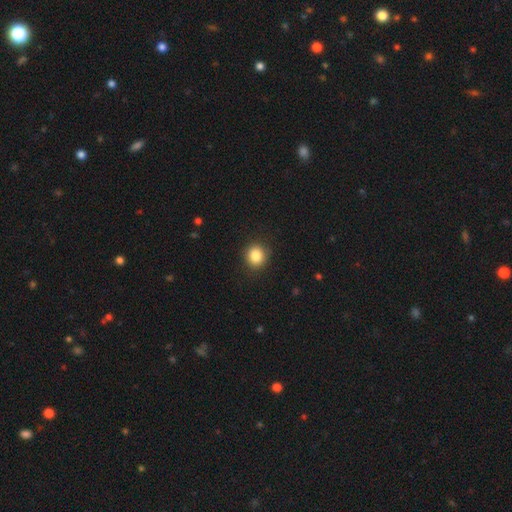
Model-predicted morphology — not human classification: smooth 85%, star or artifact 10%, featured or disk 5%. Down the decision tree: how rounded — round (86%); merging — none (90%).